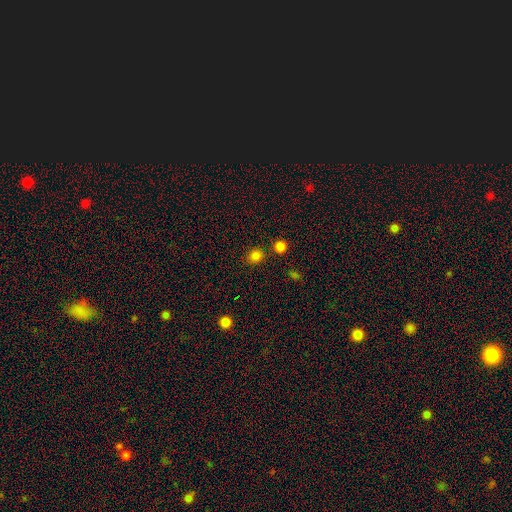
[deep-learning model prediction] Smooth or featured: smooth — 82% (star or artifact — 15%)
How rounded: round — 80% (in between — 19%)
Merging: none — 81% (minor disturbance — 8%)